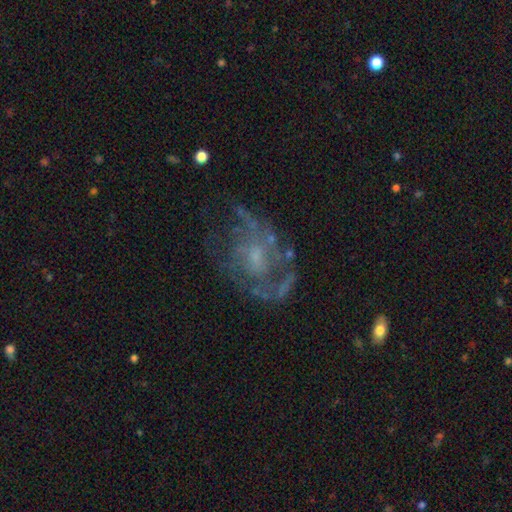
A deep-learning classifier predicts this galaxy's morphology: The model was most divided on "spiral winding": medium: 43%, tight: 31%, loose: 26%. Remaining: edge-on disk — no (97%); smooth or featured — featured or disk (76%); spiral arms — yes (73%); bar — no (69%); merging — none (54%); bulge size — small (54%); spiral arm count — can't tell (40%).